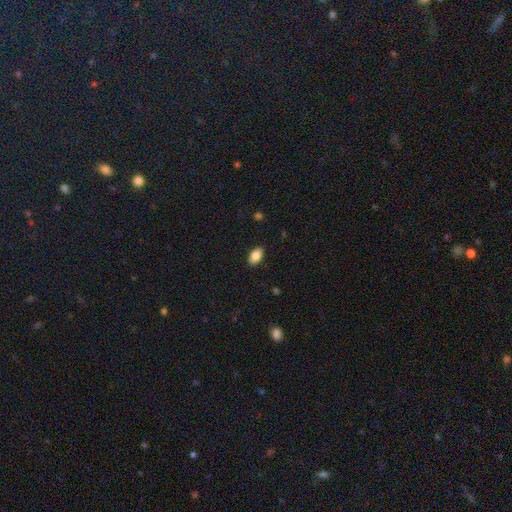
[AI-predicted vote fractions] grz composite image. It shows a smooth galaxy with no disk features (85%) that is in between round and cigar-shaped (92%). Merging: none (88%).